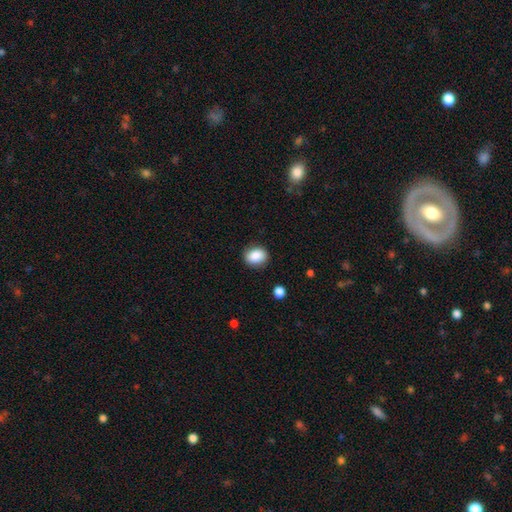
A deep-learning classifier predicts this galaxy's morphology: smooth_or_featured: smooth (p=0.88) [alt: star or artifact p=0.08]
how_rounded: round (p=0.50) [alt: in between p=0.49]
merging: none (p=0.86) [alt: minor disturbance p=0.10]